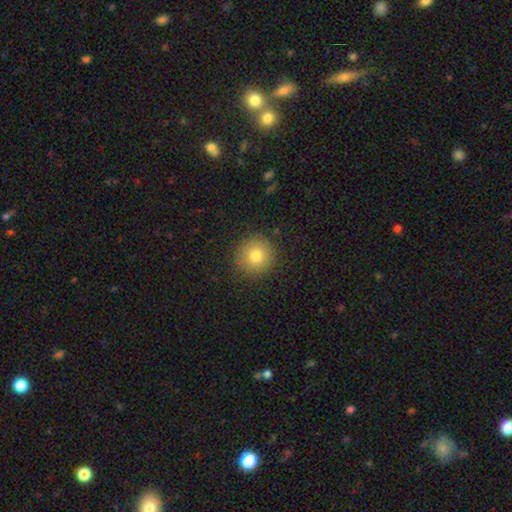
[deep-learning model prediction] A smooth galaxy with no disk features (80%) that is round (94%). Merging: none (89%).